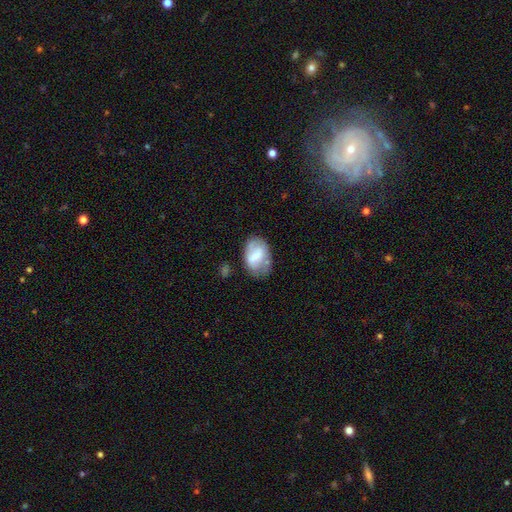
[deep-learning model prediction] A smooth galaxy with no disk features (58%) that is in between round and cigar-shaped (87%).

Vote fractions:
- Smooth or featured? smooth: 58% / featured or disk: 35% / star or artifact: 7%
- How rounded? in between: 87% / round: 11% / cigar-shaped: 2%
- Merging? none: 54% / minor disturbance: 30% / major disturbance: 12% / merger: 5%